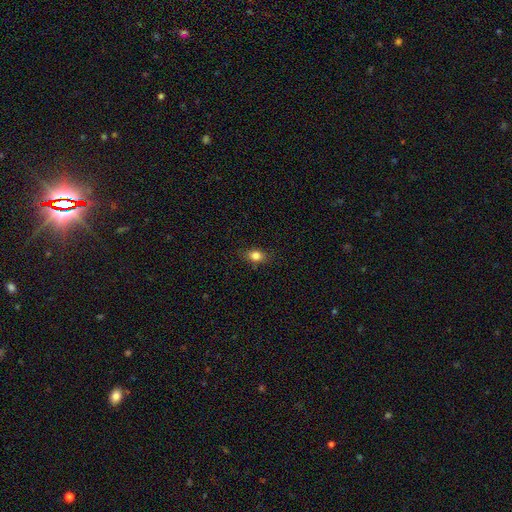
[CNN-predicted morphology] Q: Smooth or featured?
A: smooth (82%); runner-up: star or artifact (10%)
Q: How rounded?
A: in between (69%); runner-up: round (27%)
Q: Merging?
A: none (81%); runner-up: minor disturbance (15%)